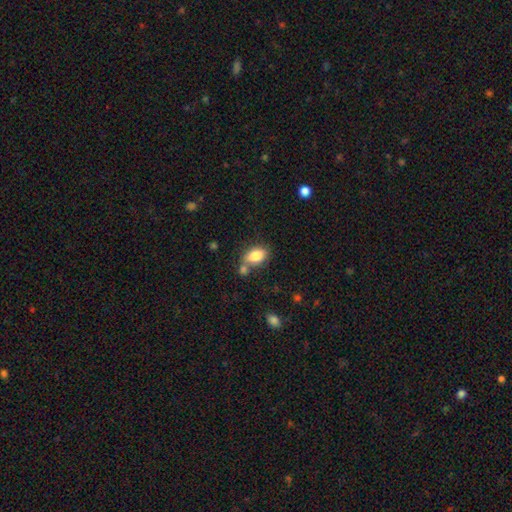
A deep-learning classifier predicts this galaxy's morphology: smooth-or-featured: smooth: 84% | star or artifact: 8% | featured or disk: 8%
  how-rounded: in between: 87% | round: 10% | cigar-shaped: 2%
  merging: none: 56% | merger: 23% | minor disturbance: 16% | major disturbance: 5%